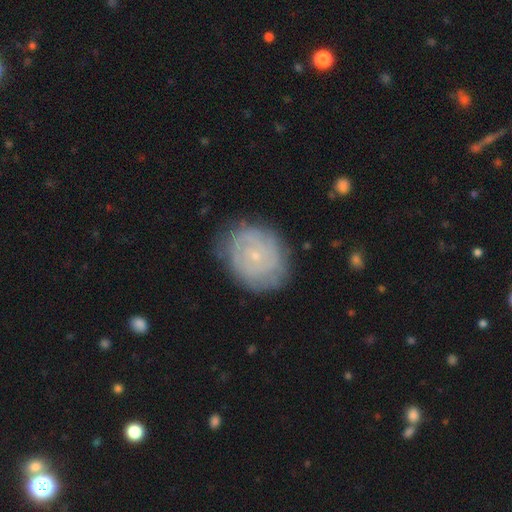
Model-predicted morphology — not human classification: Smooth or featured?
  - featured or disk: 68% *
  - smooth: 25%
  - star or artifact: 7%
Edge-on disk?
  - no: 97% *
  - yes: 3%
Bar?
  - no: 77% *
  - weak: 19%
  - strong: 3%
Spiral arms?
  - yes: 83% *
  - no: 17%
Spiral winding?
  - tight: 77% *
  - medium: 18%
  - loose: 6%
Spiral arm count?
  - can't tell: 50% *
  - 2: 23%
  - 3: 11%
  - 4: 7%
  - 1: 5%
  - more than 4: 5%
Bulge size?
  - small: 84% *
  - moderate: 11%
  - none: 3%
  - large: 1%
  - dominant: 1%
Merging?
  - none: 77% *
  - minor disturbance: 17%
  - major disturbance: 5%
  - merger: 1%